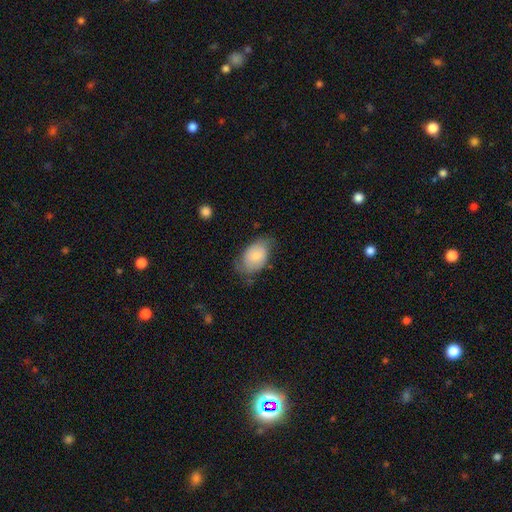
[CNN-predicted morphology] smooth 70%, featured or disk 23%, star or artifact 6%. Down the decision tree: how rounded — in between (88%); merging — none (55%).